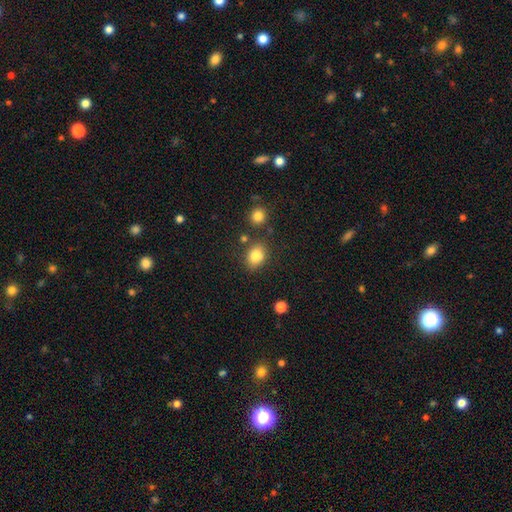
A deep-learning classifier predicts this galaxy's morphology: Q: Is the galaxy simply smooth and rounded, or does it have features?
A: smooth — 83%.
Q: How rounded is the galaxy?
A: in between — 61%.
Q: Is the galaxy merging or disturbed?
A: none — 77%.